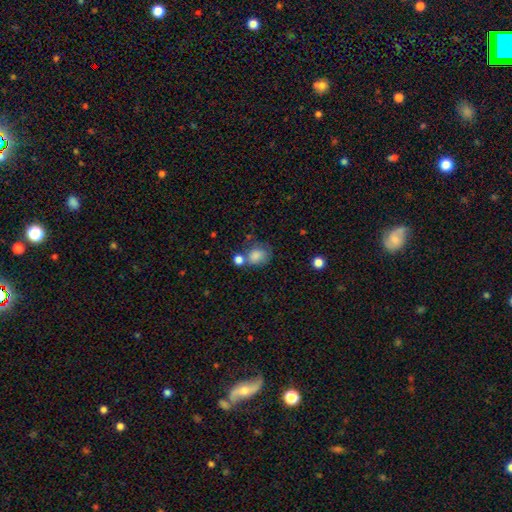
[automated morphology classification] Q: Smooth or featured?
A: smooth (80%); runner-up: featured or disk (10%)
Q: How rounded?
A: round (55%); runner-up: in between (44%)
Q: Merging?
A: none (43%); runner-up: merger (25%)